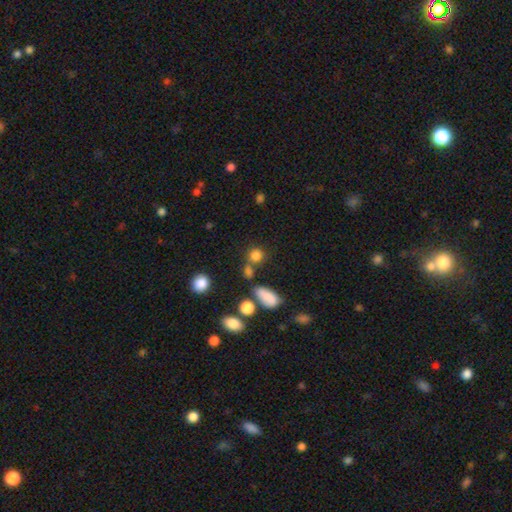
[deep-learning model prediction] A smooth galaxy with no disk features (80%) that is round (79%). Merging: none (62%).